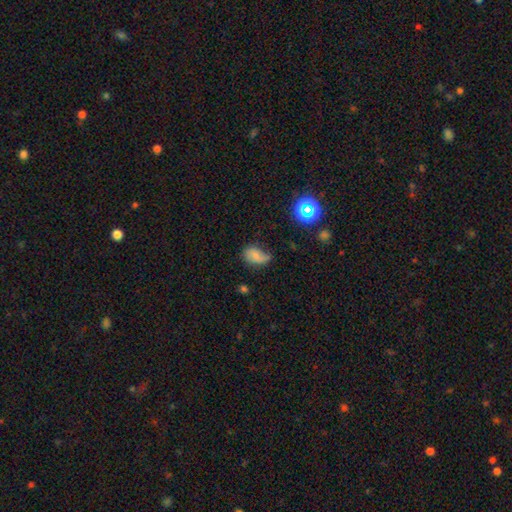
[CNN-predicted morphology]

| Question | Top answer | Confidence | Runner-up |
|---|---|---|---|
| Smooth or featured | smooth | 63% | featured or disk (25%) |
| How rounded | in between | 86% | round (12%) |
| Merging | none | 44% | minor disturbance (39%) |